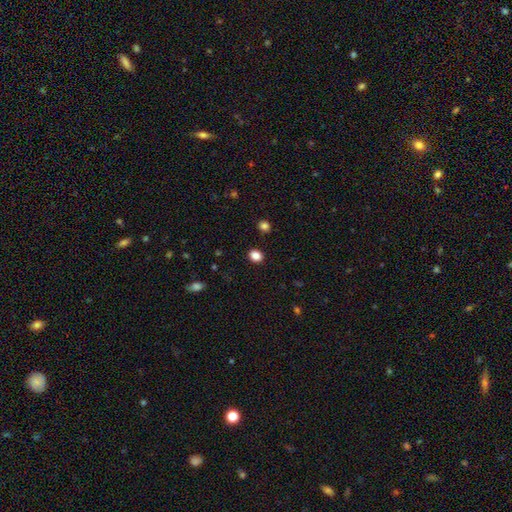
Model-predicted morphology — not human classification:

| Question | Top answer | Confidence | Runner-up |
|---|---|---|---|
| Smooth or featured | smooth | 85% | star or artifact (12%) |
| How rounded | round | 64% | in between (35%) |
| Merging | none | 90% | minor disturbance (6%) |